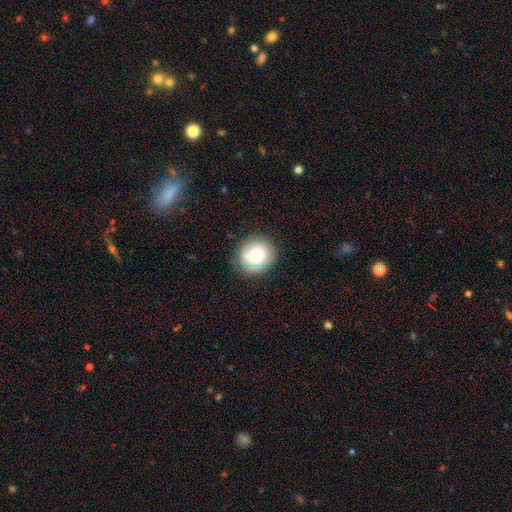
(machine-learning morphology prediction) smooth-or-featured: smooth: 63% | featured or disk: 27% | star or artifact: 11%
  how-rounded: round: 85% | in between: 14% | cigar-shaped: 1%
  merging: none: 80% | minor disturbance: 14% | major disturbance: 5% | merger: 1%